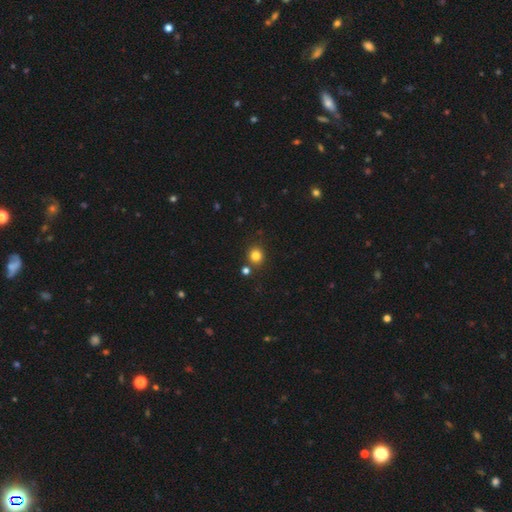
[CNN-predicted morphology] Smooth or featured: smooth — 81% (star or artifact — 14%)
How rounded: round — 86% (in between — 13%)
Merging: none — 82% (merger — 8%)